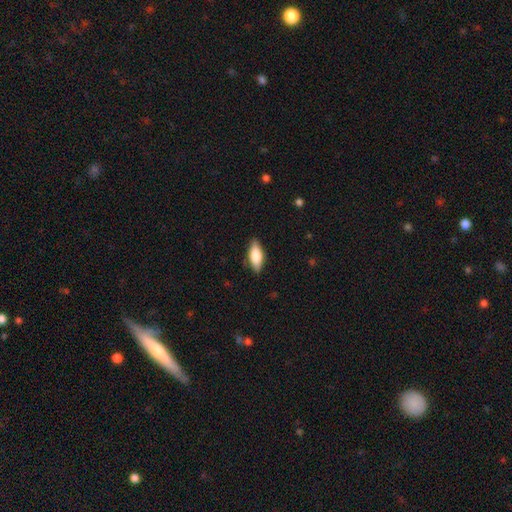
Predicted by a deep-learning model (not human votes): Overall: smooth (74%). How rounded: in between (78%). Merging: none (85%).